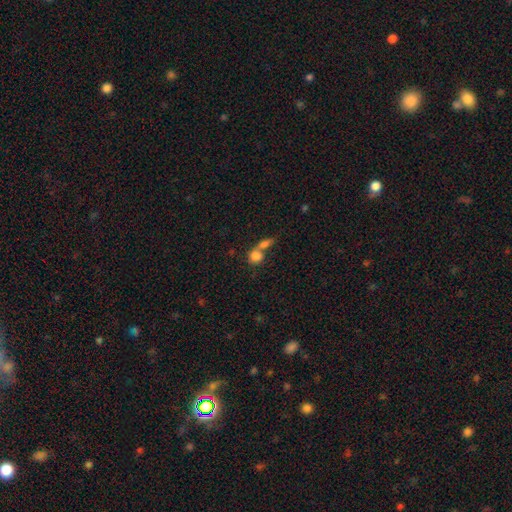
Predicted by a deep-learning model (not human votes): A smooth galaxy with no disk features (81%) that is round (51%).

Vote fractions:
- Smooth or featured? smooth: 81% / featured or disk: 10% / star or artifact: 9%
- How rounded? round: 51% / in between: 46% / cigar-shaped: 4%
- Merging? merger: 60% / none: 27% / minor disturbance: 7% / major disturbance: 5%